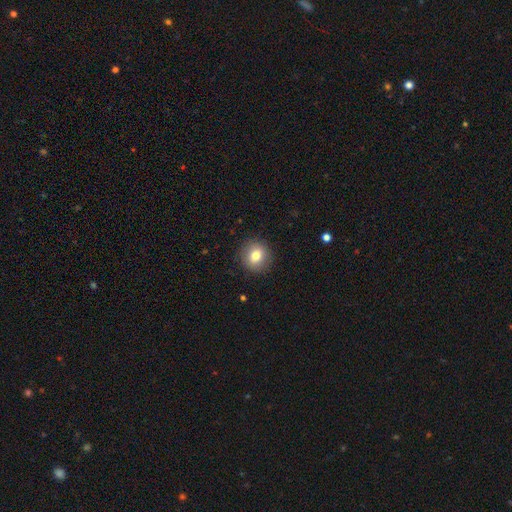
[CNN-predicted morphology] smooth-or-featured: smooth: 78% | featured or disk: 12% | star or artifact: 10%
  how-rounded: round: 88% | in between: 11% | cigar-shaped: 1%
  merging: none: 90% | minor disturbance: 7% | major disturbance: 2% | merger: 1%